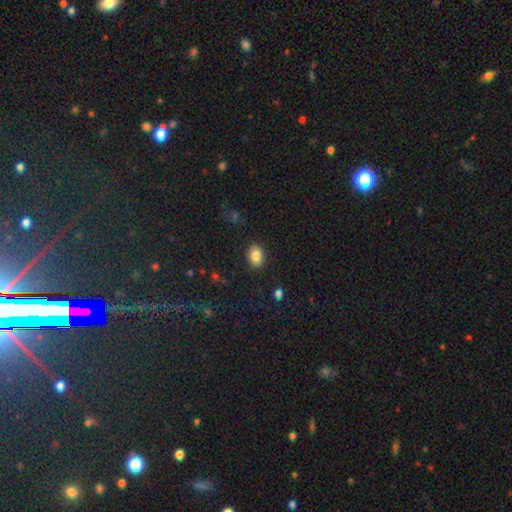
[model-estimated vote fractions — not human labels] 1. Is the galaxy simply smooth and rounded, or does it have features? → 84% smooth, 9% star or artifact, 7% featured or disk.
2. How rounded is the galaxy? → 69% in between, 30% round, 1% cigar-shaped.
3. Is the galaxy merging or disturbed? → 88% none, 9% minor disturbance, 2% major disturbance, 1% merger.